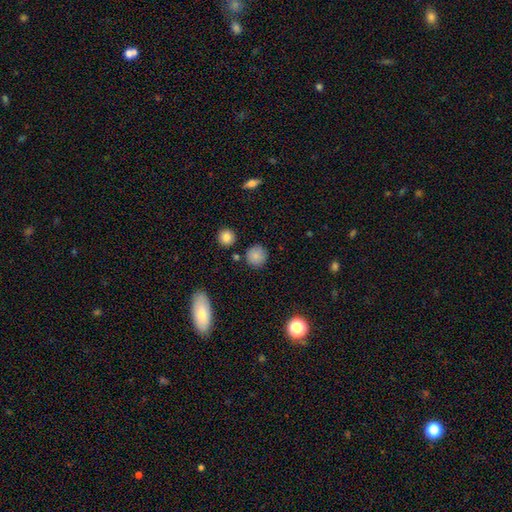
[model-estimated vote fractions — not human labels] smooth 84%, star or artifact 10%, featured or disk 6%. Down the decision tree: how rounded — round (93%); merging — none (86%).